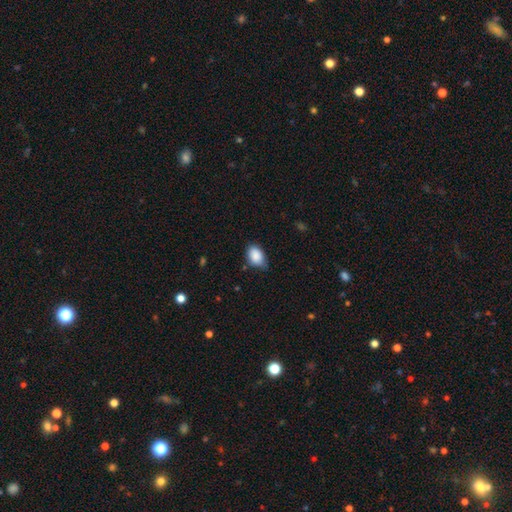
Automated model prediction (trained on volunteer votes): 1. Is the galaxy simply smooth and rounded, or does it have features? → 88% smooth, 7% star or artifact, 5% featured or disk.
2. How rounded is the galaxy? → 85% in between, 14% round, 1% cigar-shaped.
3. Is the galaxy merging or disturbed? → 60% none, 33% minor disturbance, 5% major disturbance, 2% merger.